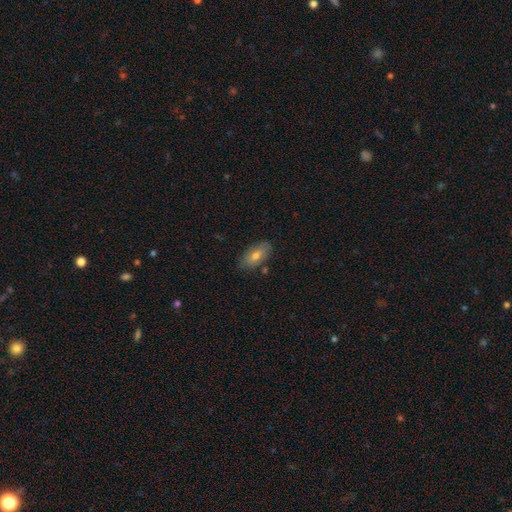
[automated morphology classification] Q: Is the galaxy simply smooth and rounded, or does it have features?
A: smooth — 67%.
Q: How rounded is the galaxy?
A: in between — 88%.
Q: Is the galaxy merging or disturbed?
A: none — 82%.